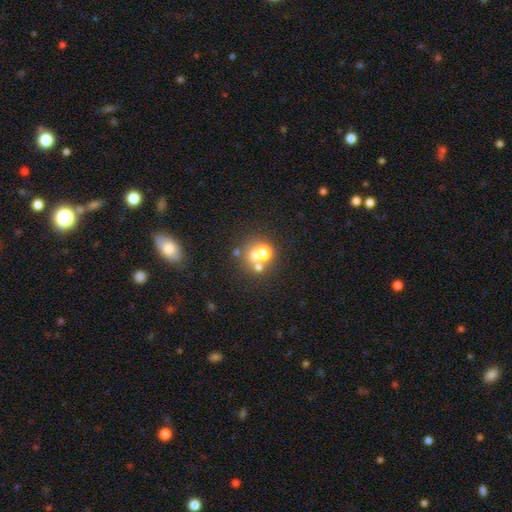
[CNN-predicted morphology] This is possibly a smooth galaxy (58%). How rounded: likely round (79%). Merging: possibly merger (46%).